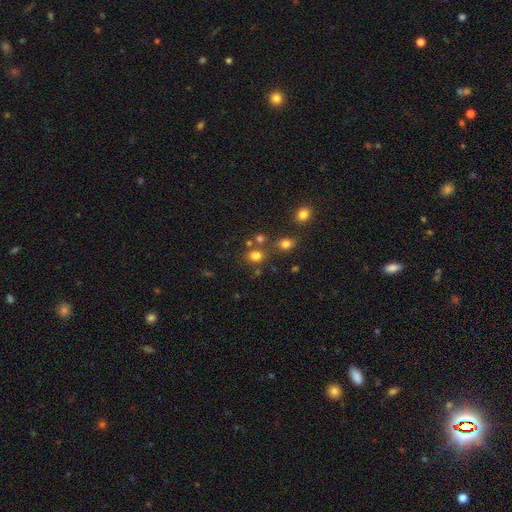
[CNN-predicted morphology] The model was most divided on "how rounded": round: 63%, in between: 36%, cigar-shaped: 1%. More confident: smooth or featured — smooth (77%); merging — none (64%).